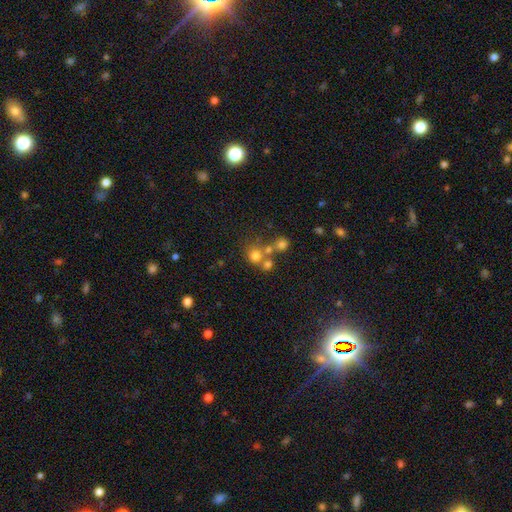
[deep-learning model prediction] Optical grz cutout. It shows a smooth galaxy with no disk features (69%) that is round (83%). Merging: none (50%).